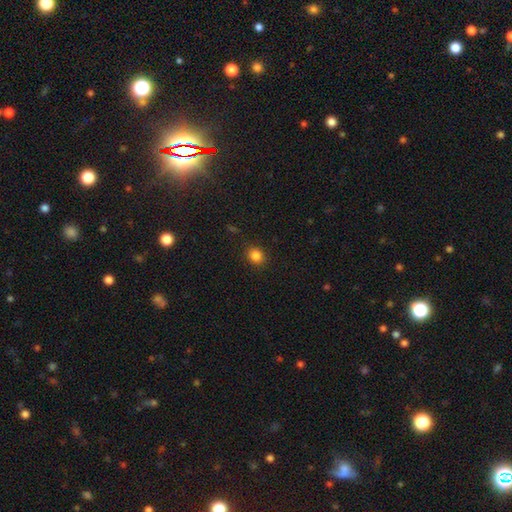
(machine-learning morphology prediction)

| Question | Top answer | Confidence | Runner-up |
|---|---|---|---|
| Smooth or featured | smooth | 85% | star or artifact (12%) |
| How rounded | round | 76% | in between (23%) |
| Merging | none | 89% | minor disturbance (8%) |